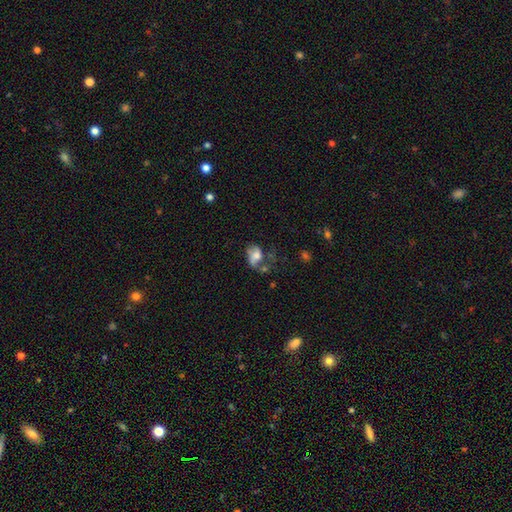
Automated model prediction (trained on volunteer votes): Smooth or featured? Predicted: smooth (p=0.52). How rounded? Predicted: in between (p=0.78). Merging? Predicted: major disturbance (p=0.35).